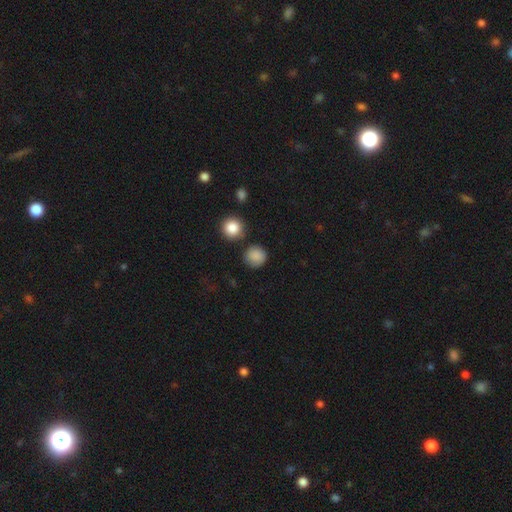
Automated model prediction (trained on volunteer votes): The model was most divided on "merging": none: 78%, minor disturbance: 14%, major disturbance: 4%, merger: 4%. More confident: how rounded — round (91%); smooth or featured — smooth (85%).